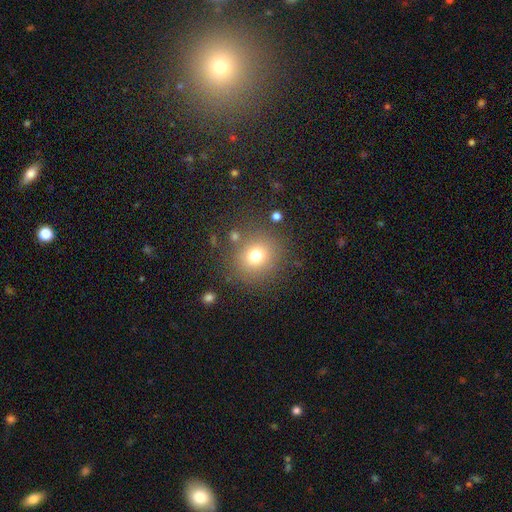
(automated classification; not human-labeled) Smooth or featured? Predicted: smooth (p=0.73). How rounded? Predicted: round (p=0.88). Merging? Predicted: none (p=0.81).